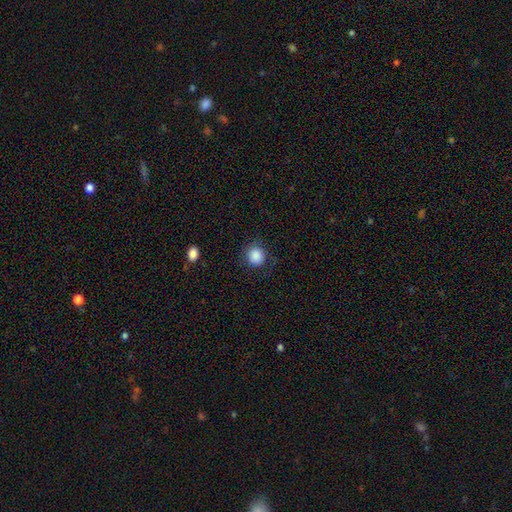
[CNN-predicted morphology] This is clearly a smooth galaxy (88%). How rounded: clearly round (89%). Merging: clearly none (83%).